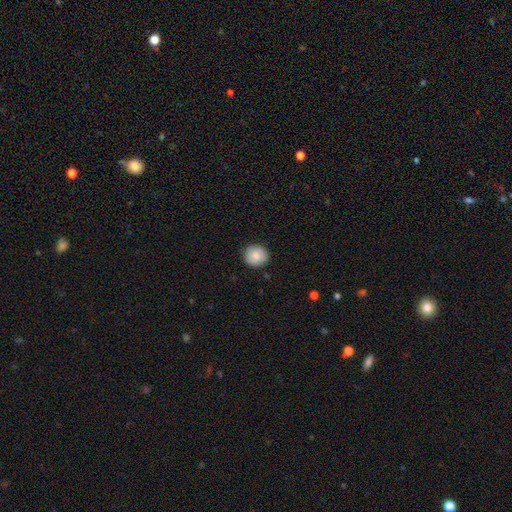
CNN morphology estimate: type=smooth (82%); roundness=round (91%); merging=none (89%).